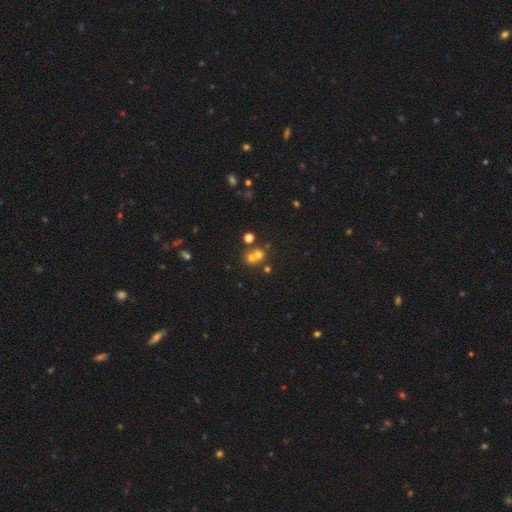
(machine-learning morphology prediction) A smooth galaxy with no disk features (59%) that is round (82%).

Vote fractions:
- Smooth or featured? smooth: 59% / star or artifact: 22% / featured or disk: 19%
- How rounded? round: 82% / in between: 17% / cigar-shaped: 1%
- Merging? merger: 49% / none: 41% / minor disturbance: 6% / major disturbance: 4%